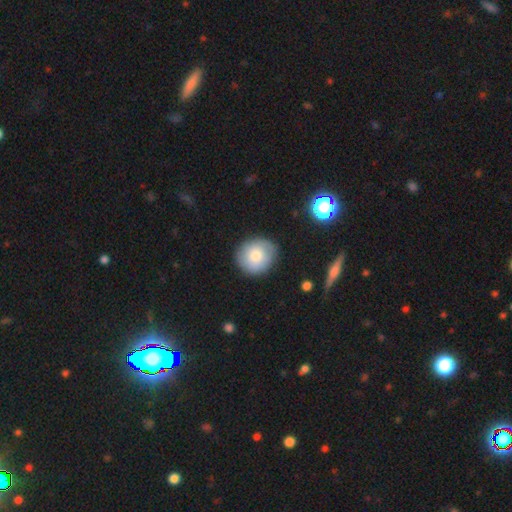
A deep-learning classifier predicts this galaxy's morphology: Smooth or featured? smooth (70%)
How rounded? round (86%)
Merging? none (83%)